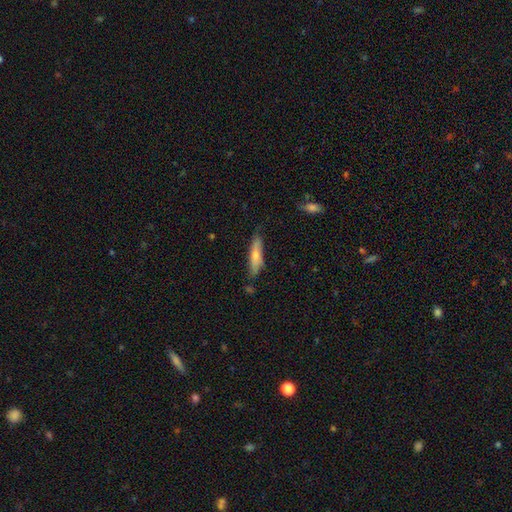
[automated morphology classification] Q: Smooth or featured?
A: smooth (68%); runner-up: featured or disk (26%)
Q: How rounded?
A: cigar-shaped (75%); runner-up: in between (23%)
Q: Merging?
A: none (73%); runner-up: minor disturbance (20%)